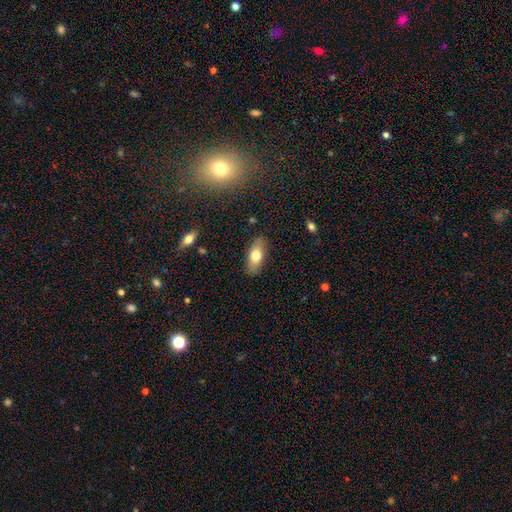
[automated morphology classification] A smooth galaxy with no disk features (73%) that is in between round and cigar-shaped (83%).

Vote fractions:
- Smooth or featured? smooth: 73% / featured or disk: 20% / star or artifact: 7%
- How rounded? in between: 83% / cigar-shaped: 13% / round: 3%
- Merging? none: 86% / minor disturbance: 11% / major disturbance: 2% / merger: 1%